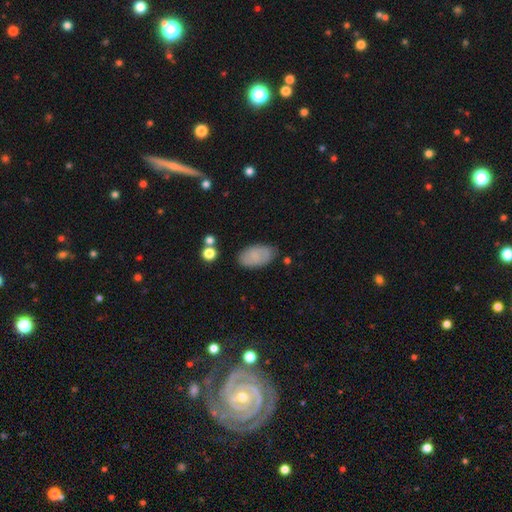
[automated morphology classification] A smooth galaxy with no disk features (76%) that is in between round and cigar-shaped (94%). Merging: none (81%).